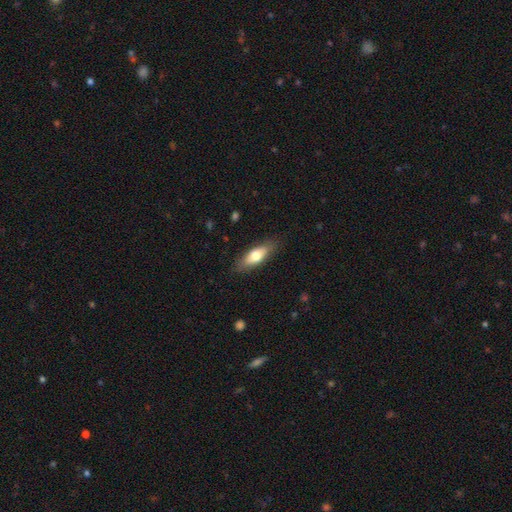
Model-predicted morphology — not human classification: smooth_or_featured: smooth (p=0.67) [alt: featured or disk p=0.27]
how_rounded: in between (p=0.67) [alt: cigar-shaped p=0.30]
merging: none (p=0.83) [alt: minor disturbance p=0.13]